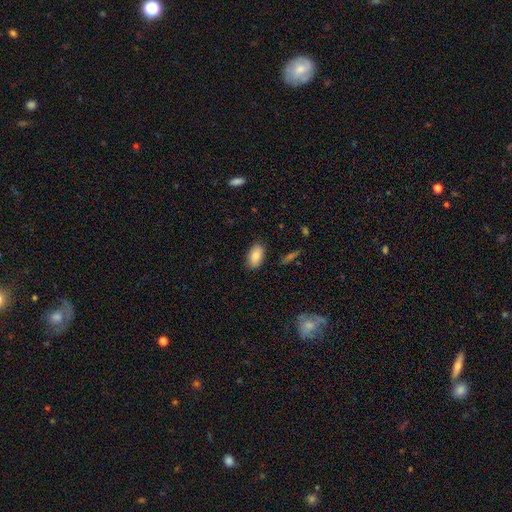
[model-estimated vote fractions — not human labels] smooth-or-featured: smooth: 80% | featured or disk: 13% | star or artifact: 7%
  how-rounded: in between: 93% | round: 5% | cigar-shaped: 2%
  merging: none: 85% | minor disturbance: 11% | major disturbance: 2% | merger: 2%